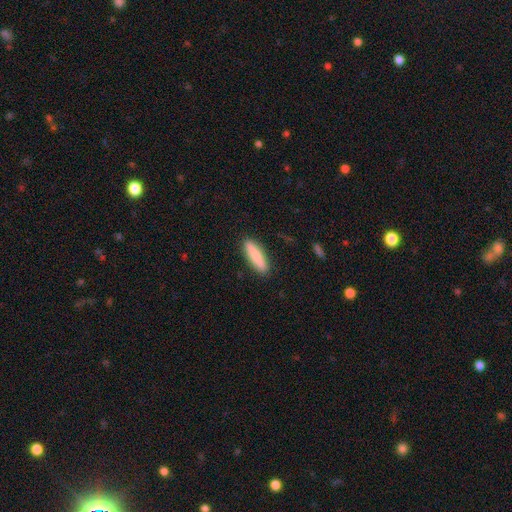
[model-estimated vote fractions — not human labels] smooth_or_featured: smooth (p=0.83) [alt: featured or disk p=0.12]
how_rounded: cigar-shaped (p=0.72) [alt: in between p=0.26]
merging: none (p=0.89) [alt: minor disturbance p=0.08]